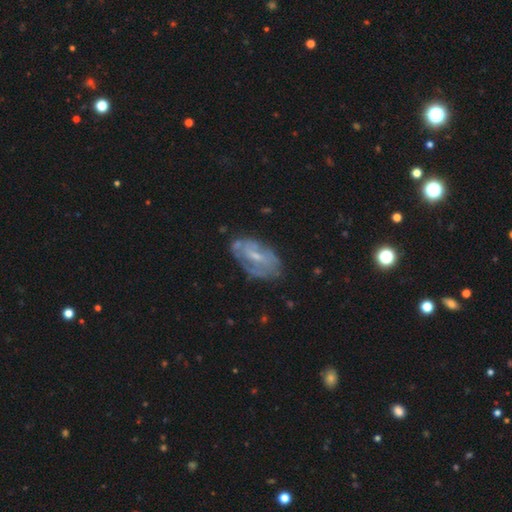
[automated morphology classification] Q: Smooth or featured?
A: featured or disk (64%); runner-up: smooth (27%)
Q: Edge-on disk?
A: no (93%); runner-up: yes (7%)
Q: Bar?
A: weak (45%); runner-up: no (43%)
Q: Spiral arms?
A: yes (61%); runner-up: no (39%)
Q: Bulge size?
A: small (54%); runner-up: moderate (32%)
Q: Merging?
A: none (58%); runner-up: minor disturbance (26%)